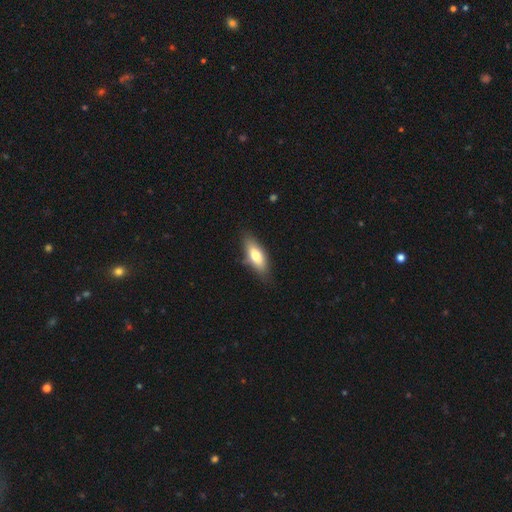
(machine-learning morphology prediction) type=smooth (71%); roundness=in between (71%); merging=none (78%).